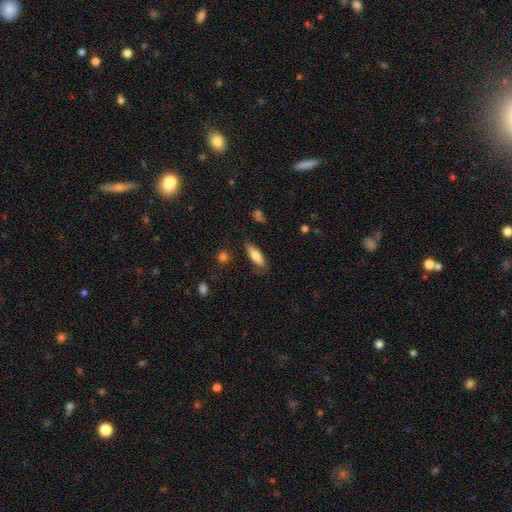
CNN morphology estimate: Q: Smooth or featured?
A: smooth (73%); runner-up: featured or disk (21%)
Q: How rounded?
A: in between (53%); runner-up: cigar-shaped (45%)
Q: Merging?
A: none (78%); runner-up: minor disturbance (16%)